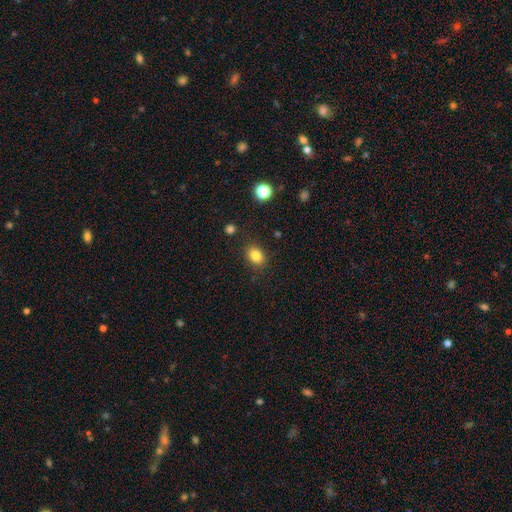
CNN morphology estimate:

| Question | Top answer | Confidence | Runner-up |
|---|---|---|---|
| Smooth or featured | smooth | 83% | star or artifact (11%) |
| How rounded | in between | 58% | round (41%) |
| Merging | none | 85% | minor disturbance (10%) |